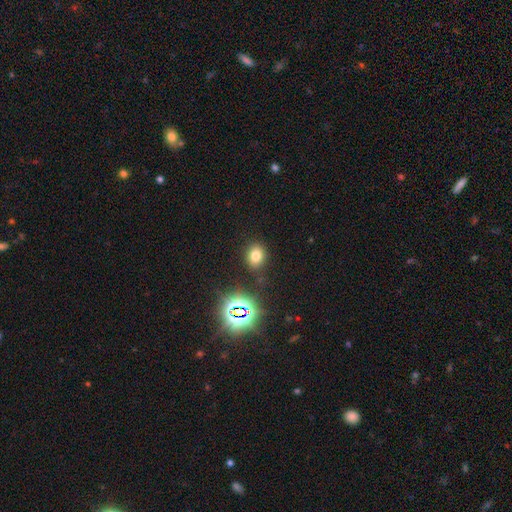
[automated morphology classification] A smooth galaxy with no disk features (70%) that is round (54%). Merging: none (84%).